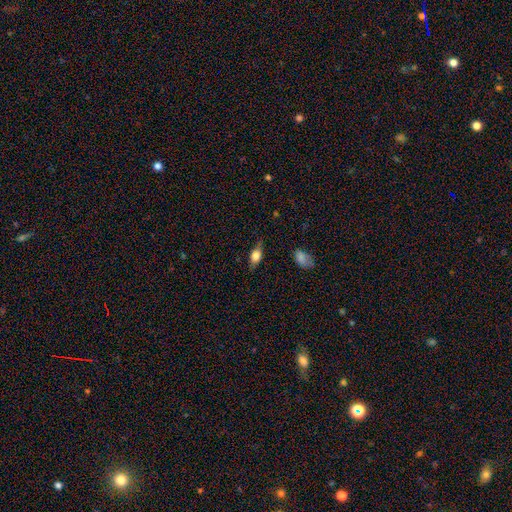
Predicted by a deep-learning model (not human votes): Overall: smooth (66%). How rounded: in between (78%). Merging: none (74%).